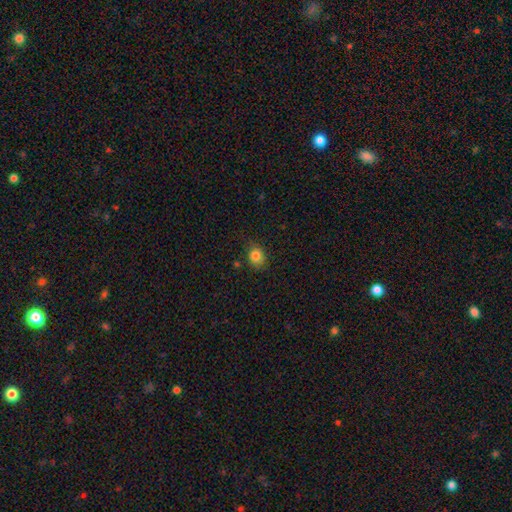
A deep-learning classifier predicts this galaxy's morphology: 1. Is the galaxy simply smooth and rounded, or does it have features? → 82% smooth, 11% star or artifact, 7% featured or disk.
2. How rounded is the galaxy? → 59% round, 40% in between, 1% cigar-shaped.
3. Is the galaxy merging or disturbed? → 73% none, 20% minor disturbance, 4% major disturbance, 2% merger.